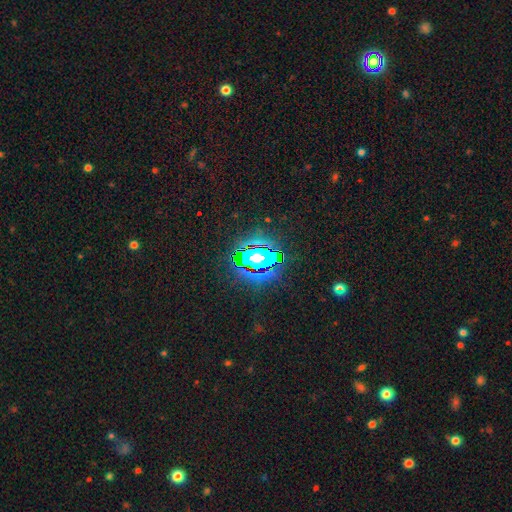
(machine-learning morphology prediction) type=star or artifact (80%).